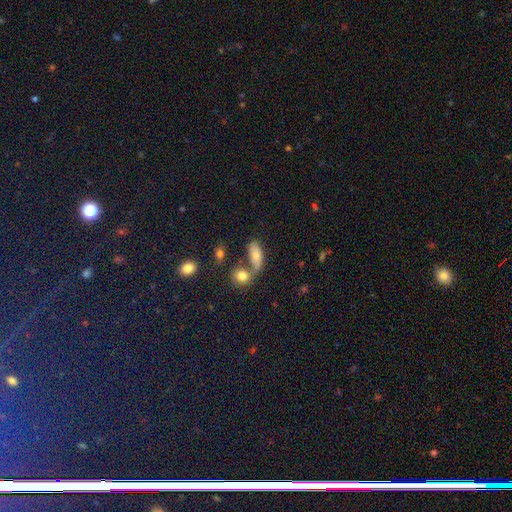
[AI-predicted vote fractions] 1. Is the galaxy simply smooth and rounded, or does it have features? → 69% smooth, 19% featured or disk, 13% star or artifact.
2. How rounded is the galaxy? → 75% in between, 17% cigar-shaped, 9% round.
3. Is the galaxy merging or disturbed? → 49% none, 29% merger, 15% minor disturbance, 7% major disturbance.